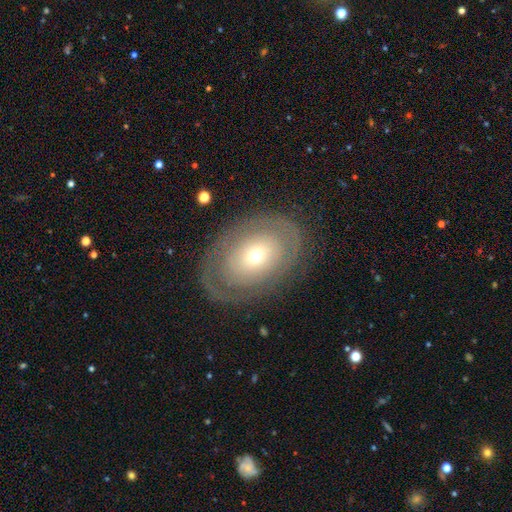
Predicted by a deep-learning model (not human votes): The model was most divided on "smooth or featured": featured or disk: 54%, smooth: 39%, star or artifact: 7%. More confident: edge-on disk — no (92%); merging — none (78%).